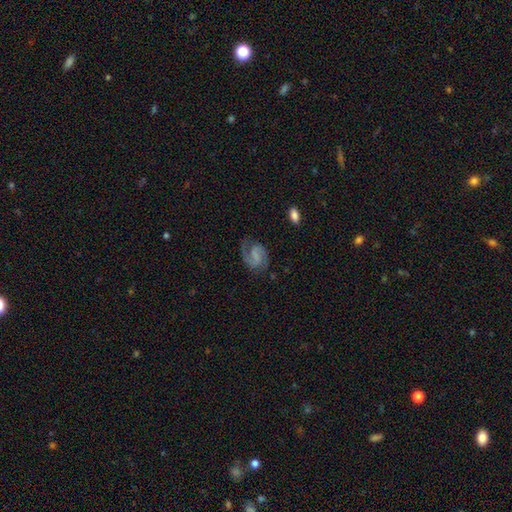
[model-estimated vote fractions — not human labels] Smooth or featured? Predicted: featured or disk (p=0.79). Edge-on disk? Predicted: no (p=0.98). Bar? Predicted: weak (p=0.46). Spiral arms? Predicted: yes (p=0.96). Spiral winding? Predicted: medium (p=0.52). Spiral arm count? Predicted: 2 (p=0.83). Bulge size? Predicted: none (p=0.62). Merging? Predicted: none (p=0.71).